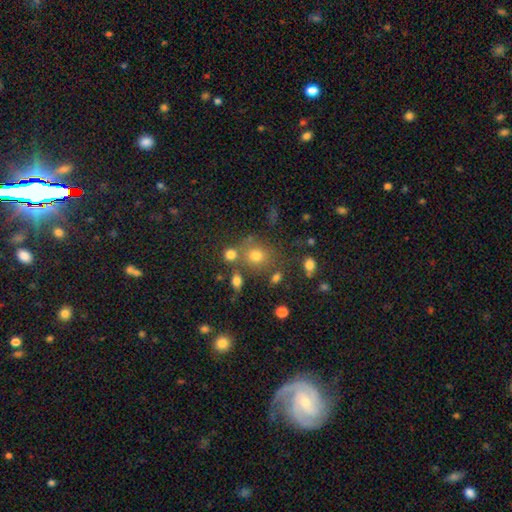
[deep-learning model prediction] Smooth or featured? smooth (70%)
How rounded? round (78%)
Merging? none (66%)